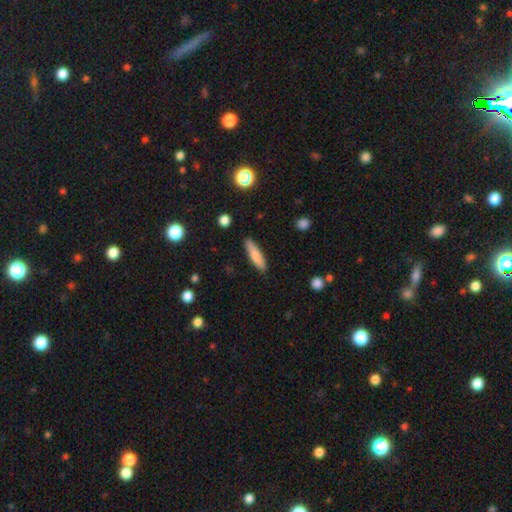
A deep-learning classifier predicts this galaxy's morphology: Smooth or featured? Predicted: smooth (p=0.78). How rounded? Predicted: cigar-shaped (p=0.77). Merging? Predicted: none (p=0.85).